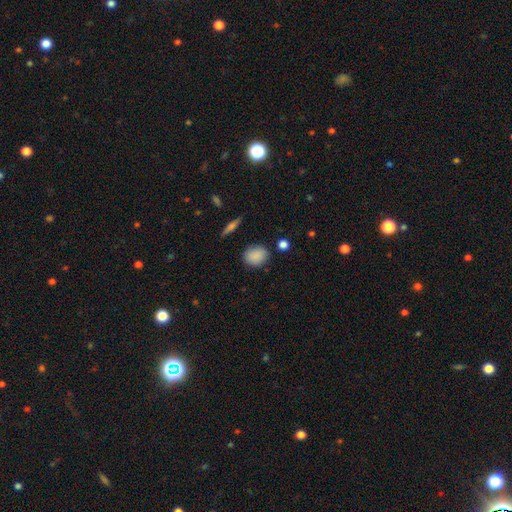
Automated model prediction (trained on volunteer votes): smooth 87%, star or artifact 8%, featured or disk 5%. Down the decision tree: how rounded — round (60%); merging — none (83%).